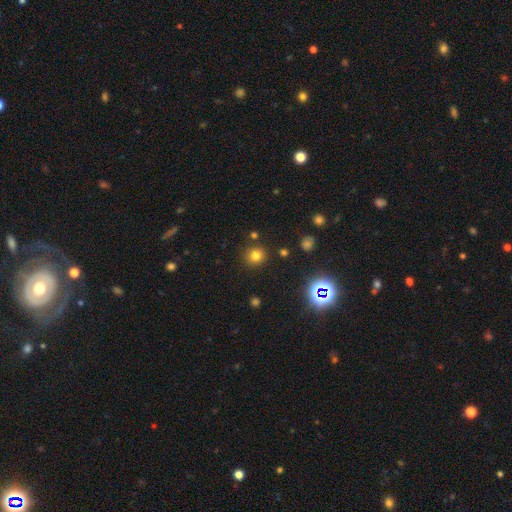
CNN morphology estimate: Smooth or featured?
  - smooth: 76% *
  - star or artifact: 18%
  - featured or disk: 6%
How rounded?
  - round: 90% *
  - in between: 9%
  - cigar-shaped: 1%
Merging?
  - none: 87% *
  - minor disturbance: 7%
  - merger: 4%
  - major disturbance: 3%